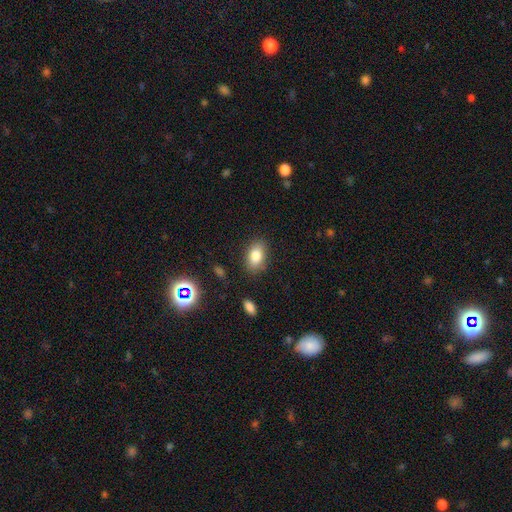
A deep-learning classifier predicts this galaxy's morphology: smooth 82%, star or artifact 9%, featured or disk 9%. Down the decision tree: how rounded — in between (86%); merging — none (84%).